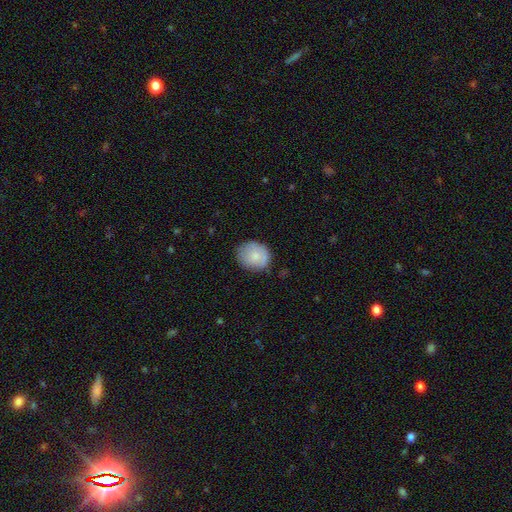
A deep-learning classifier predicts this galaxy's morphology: A smooth galaxy with no disk features (80%) that is round (67%).

Vote fractions:
- Smooth or featured? smooth: 80% / featured or disk: 13% / star or artifact: 7%
- How rounded? round: 67% / in between: 32% / cigar-shaped: 1%
- Merging? none: 75% / minor disturbance: 20% / major disturbance: 4% / merger: 1%